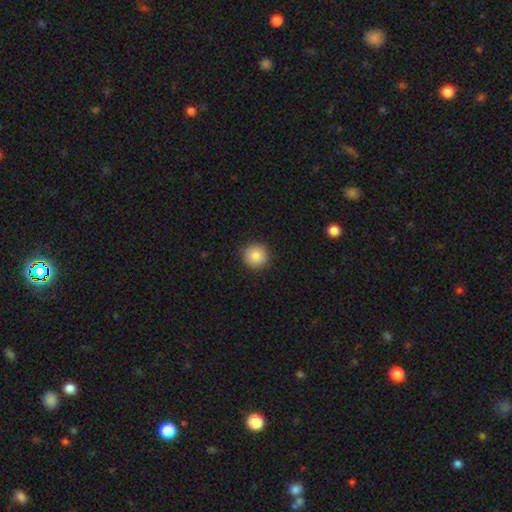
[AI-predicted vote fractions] Q: Smooth or featured?
A: smooth (85%); runner-up: star or artifact (9%)
Q: How rounded?
A: round (94%); runner-up: in between (5%)
Q: Merging?
A: none (91%); runner-up: minor disturbance (6%)